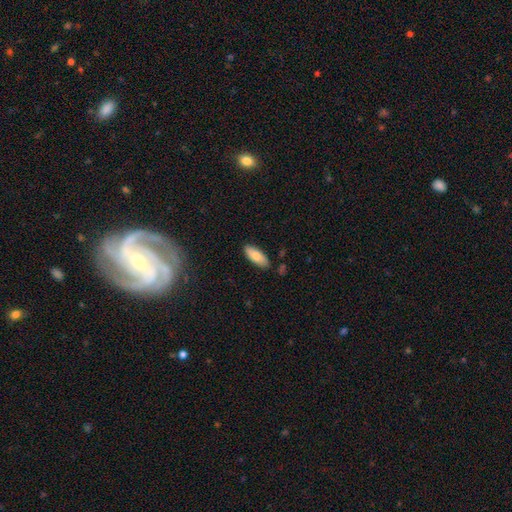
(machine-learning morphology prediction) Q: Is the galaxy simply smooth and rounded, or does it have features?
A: smooth — 82%.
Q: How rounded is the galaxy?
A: in between — 78%.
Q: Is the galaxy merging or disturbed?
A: none — 84%.